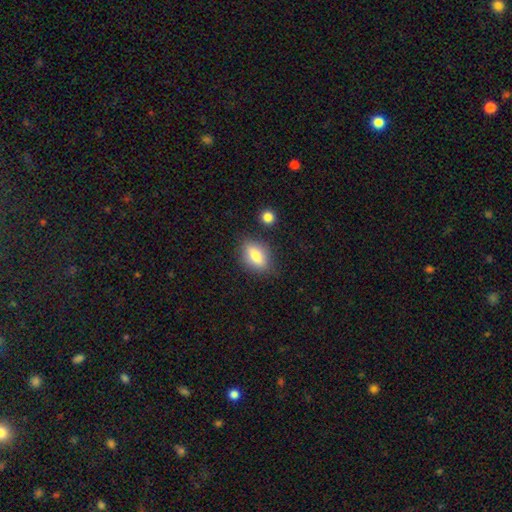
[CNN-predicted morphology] smooth_or_featured: smooth (p=0.78) [alt: featured or disk p=0.14]
how_rounded: in between (p=0.82) [alt: cigar-shaped p=0.10]
merging: none (p=0.78) [alt: minor disturbance p=0.15]